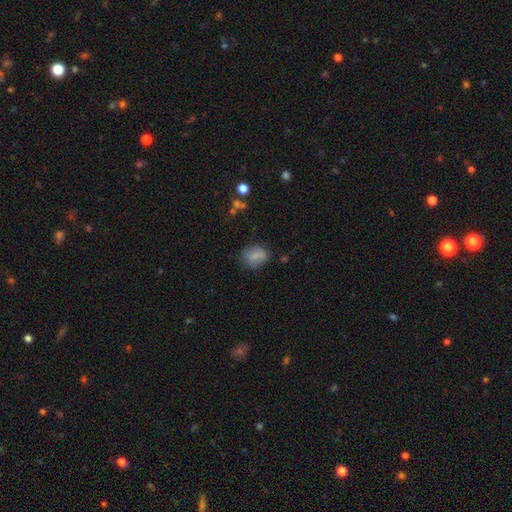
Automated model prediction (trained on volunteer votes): Smooth or featured? smooth (76%)
How rounded? in between (56%)
Merging? none (66%)